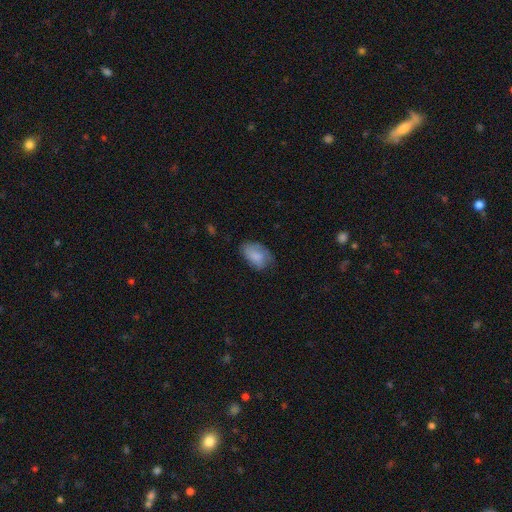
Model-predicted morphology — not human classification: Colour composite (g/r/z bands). It shows a smooth galaxy with no disk features (78%) that is in between round and cigar-shaped (91%). Merging: none (57%).